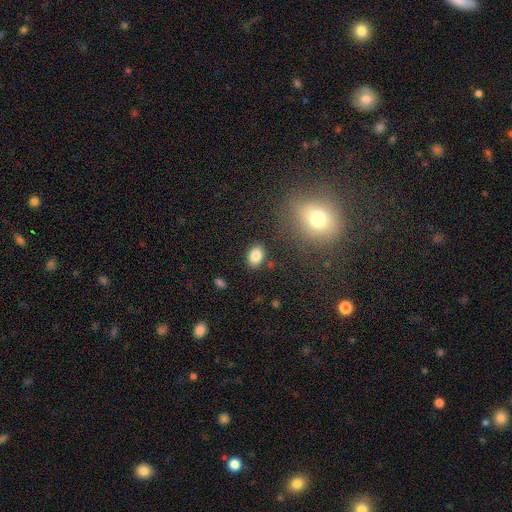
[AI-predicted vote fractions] This appears to be a smooth galaxy with no disk features (85%) that is in between round and cigar-shaped (72%). Merging: none (85%).